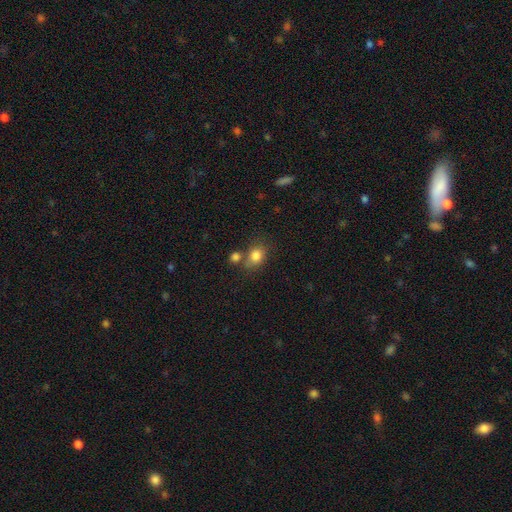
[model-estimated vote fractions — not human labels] Smooth or featured? smooth (82%)
How rounded? in between (56%)
Merging? none (56%)